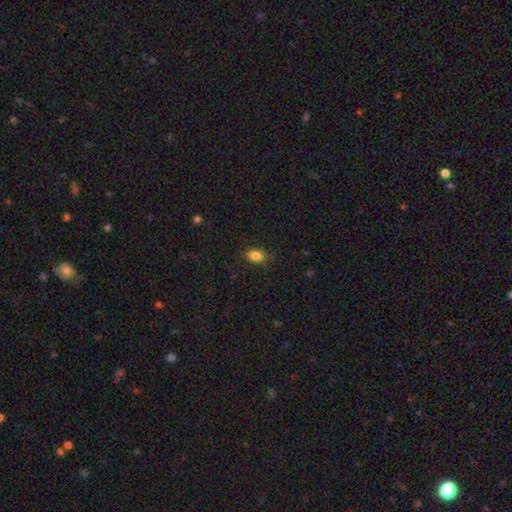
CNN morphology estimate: smooth-or-featured: smooth: 85% | star or artifact: 10% | featured or disk: 5%
  how-rounded: in between: 81% | round: 17% | cigar-shaped: 2%
  merging: none: 84% | minor disturbance: 12% | major disturbance: 3% | merger: 1%